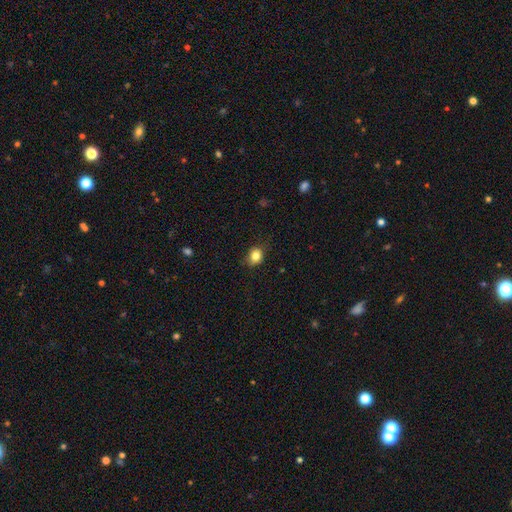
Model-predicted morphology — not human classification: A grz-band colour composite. It shows a smooth galaxy with no disk features (84%) that is round (56%). Merging: none (76%).